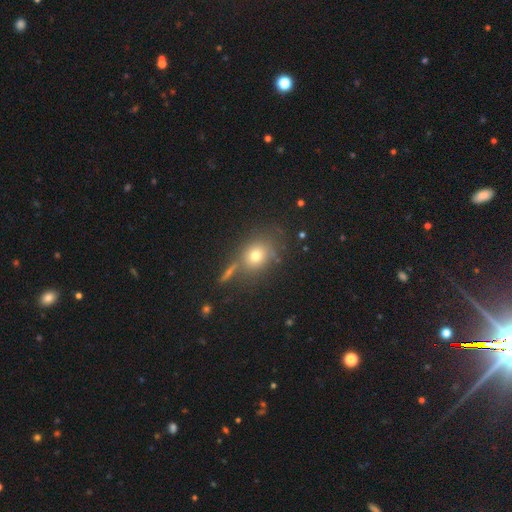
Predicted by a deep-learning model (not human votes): smooth 71%, star or artifact 15%, featured or disk 14%. Down the decision tree: how rounded — round (58%); merging — none (68%).